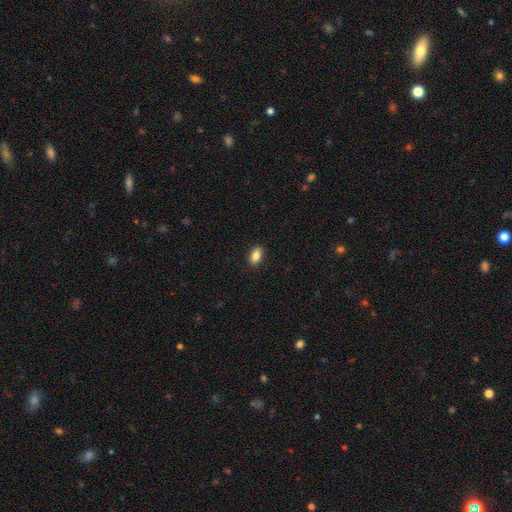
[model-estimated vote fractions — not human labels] Morphology: type=smooth (84%); roundness=in between (88%); merging=none (89%).